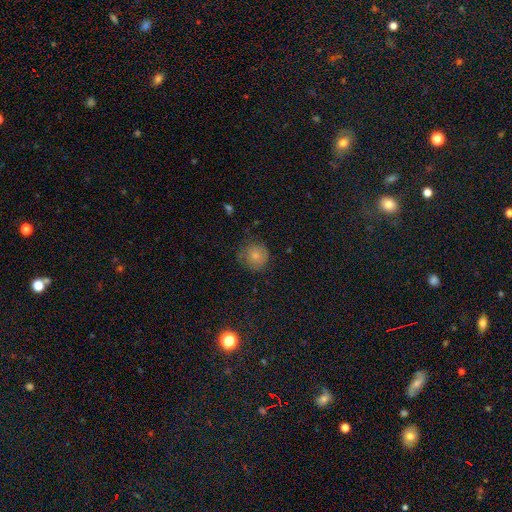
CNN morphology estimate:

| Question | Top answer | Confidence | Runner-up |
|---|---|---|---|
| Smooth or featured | smooth | 76% | featured or disk (13%) |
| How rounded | round | 92% | in between (7%) |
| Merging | none | 71% | minor disturbance (21%) |